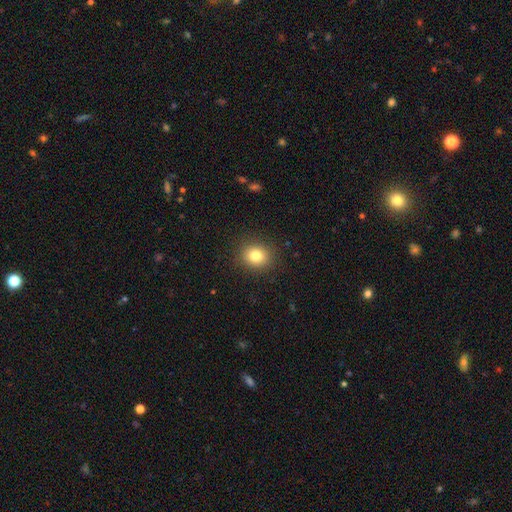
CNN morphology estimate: Overall: smooth (80%). How rounded: round (74%). Merging: none (90%).